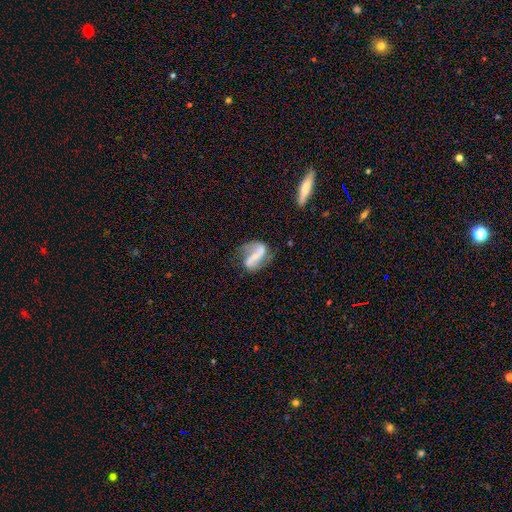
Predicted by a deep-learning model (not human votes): Overall: featured or disk (78%). Edge-on disk: no (97%). Bar: strong (42%; weak 32%). Spiral arms: yes (89%). Spiral arm count: 2 (88%). Spiral winding: loose (62%; medium 28%). Bulge size: small (51%; moderate 23%). Merging: none (56%; minor disturbance 23%).